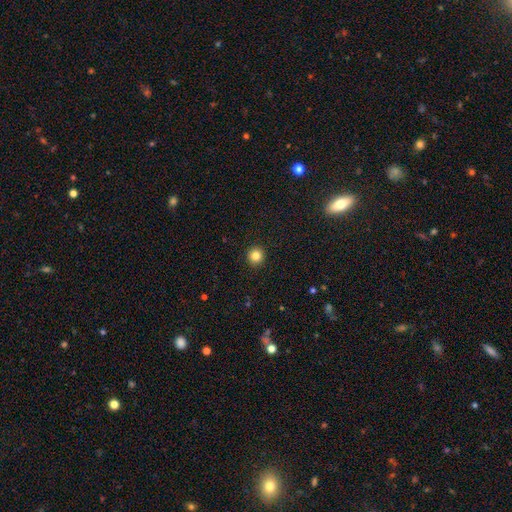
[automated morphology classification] smooth-or-featured: smooth: 85% | star or artifact: 11% | featured or disk: 5%
  how-rounded: round: 95% | in between: 4% | cigar-shaped: 1%
  merging: none: 93% | minor disturbance: 4% | major disturbance: 2% | merger: 1%